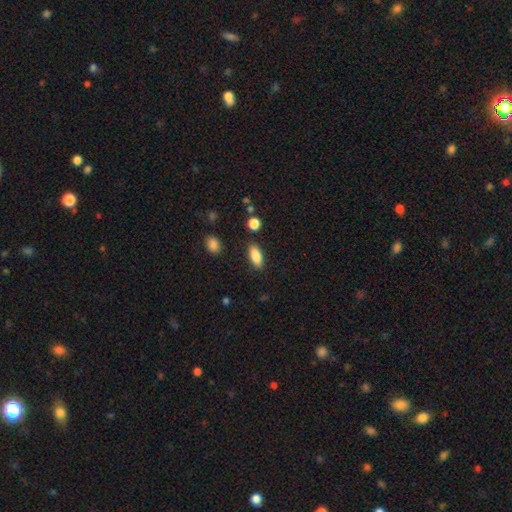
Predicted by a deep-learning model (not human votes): A smooth galaxy with no disk features (87%) that is in between round and cigar-shaped (83%).

Vote fractions:
- Smooth or featured? smooth: 87% / star or artifact: 8% / featured or disk: 6%
- How rounded? in between: 83% / cigar-shaped: 14% / round: 3%
- Merging? none: 85% / minor disturbance: 10% / major disturbance: 3% / merger: 2%